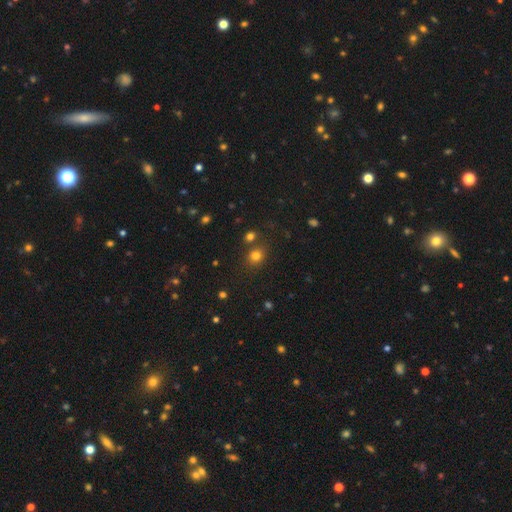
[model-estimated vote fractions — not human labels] smooth 77%, star or artifact 17%, featured or disk 7%. Down the decision tree: how rounded — round (72%); merging — none (73%).